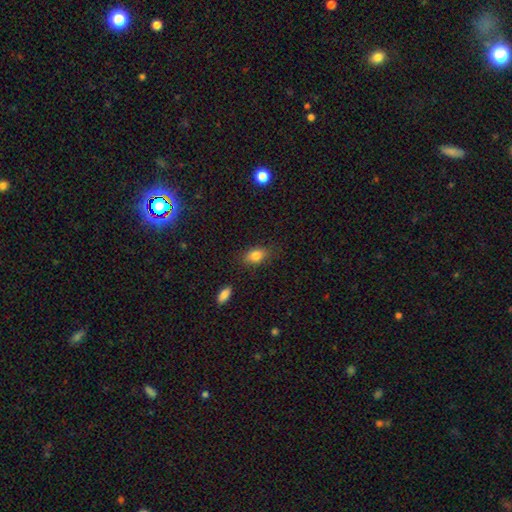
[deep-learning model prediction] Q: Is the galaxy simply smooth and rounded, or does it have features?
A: smooth — 82%.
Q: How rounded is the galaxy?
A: in between — 84%.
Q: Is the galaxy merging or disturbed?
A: none — 81%.